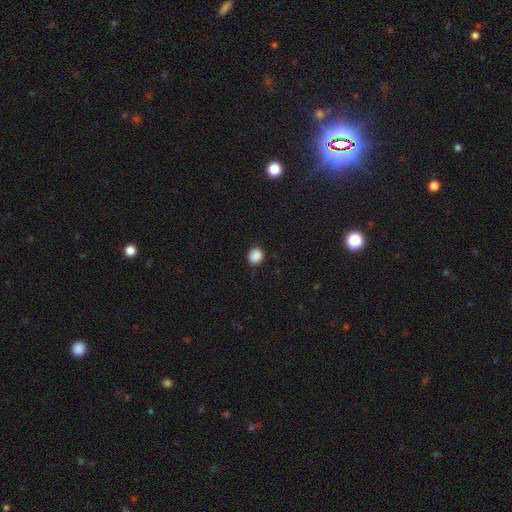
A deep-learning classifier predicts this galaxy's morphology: Overall: smooth (88%). How rounded: round (70%). Merging: none (84%).